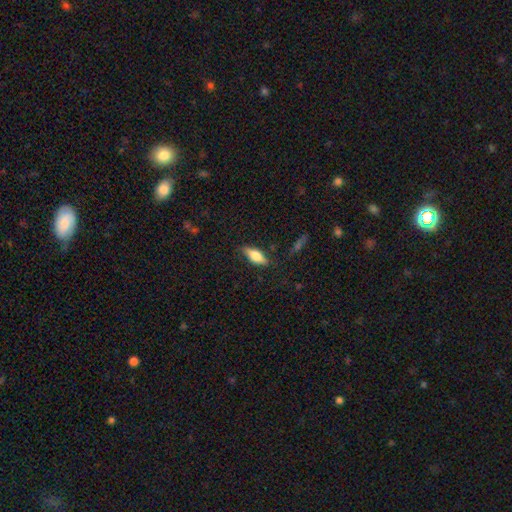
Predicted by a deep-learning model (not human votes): smooth 67%, featured or disk 27%, star or artifact 7%. Down the decision tree: how rounded — in between (71%); merging — none (79%).